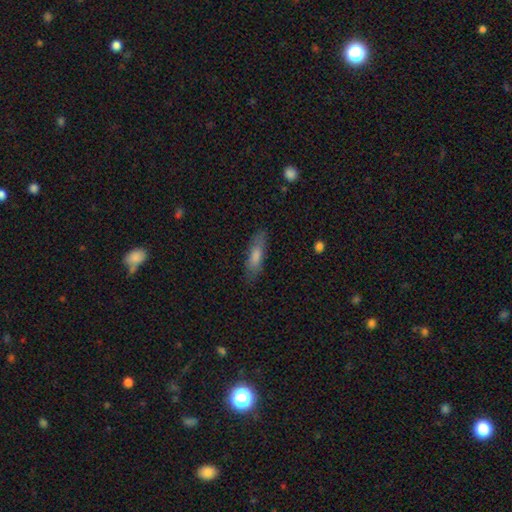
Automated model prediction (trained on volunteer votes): A smooth galaxy with no disk features (66%) that is cigar-shaped (67%).

Vote fractions:
- Smooth or featured? smooth: 66% / featured or disk: 25% / star or artifact: 8%
- How rounded? cigar-shaped: 67% / in between: 31% / round: 2%
- Merging? none: 82% / minor disturbance: 13% / major disturbance: 3% / merger: 1%